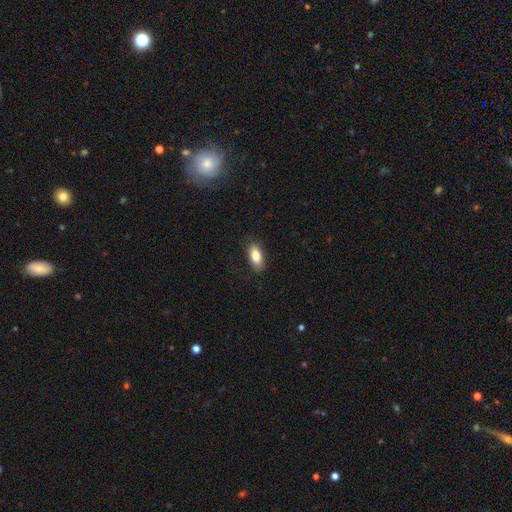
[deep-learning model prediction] Smooth or featured: smooth — 84% (featured or disk — 9%)
How rounded: in between — 86% (cigar-shaped — 11%)
Merging: none — 85% (minor disturbance — 11%)